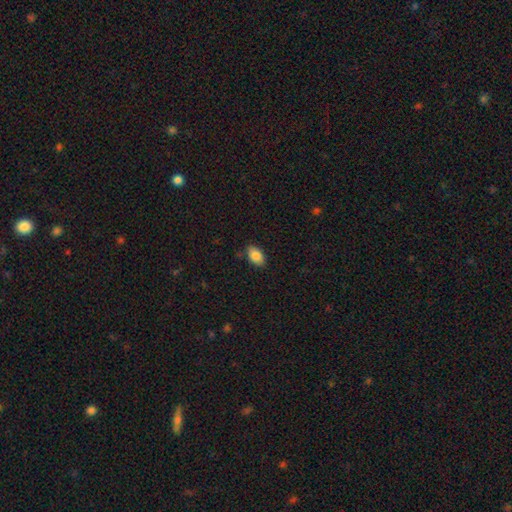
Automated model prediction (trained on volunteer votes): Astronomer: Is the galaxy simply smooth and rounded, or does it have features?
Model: smooth — 85%.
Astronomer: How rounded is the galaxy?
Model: in between — 91%.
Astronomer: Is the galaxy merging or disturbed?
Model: none — 85%.